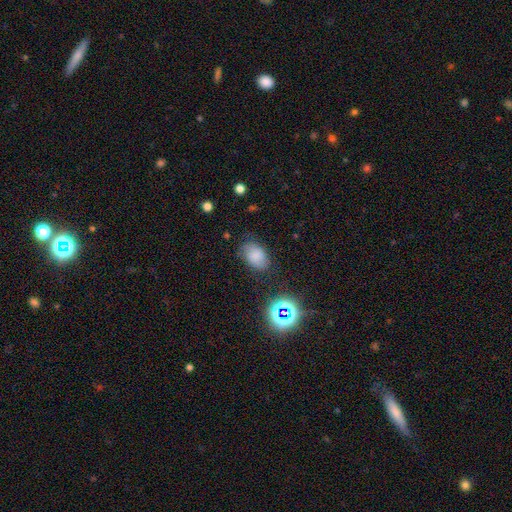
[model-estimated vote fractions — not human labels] Smooth or featured: smooth — 68% (featured or disk — 17%)
How rounded: in between — 84% (round — 15%)
Merging: none — 66% (minor disturbance — 24%)